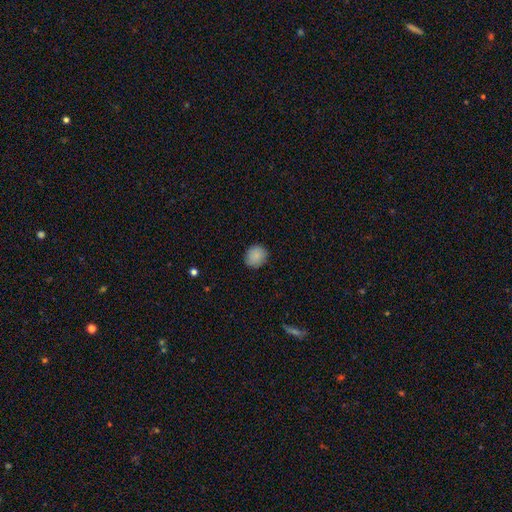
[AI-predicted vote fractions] The model was most divided on "how rounded": round: 73%, in between: 26%, cigar-shaped: 1%. More confident: smooth or featured — smooth (86%); merging — none (86%).